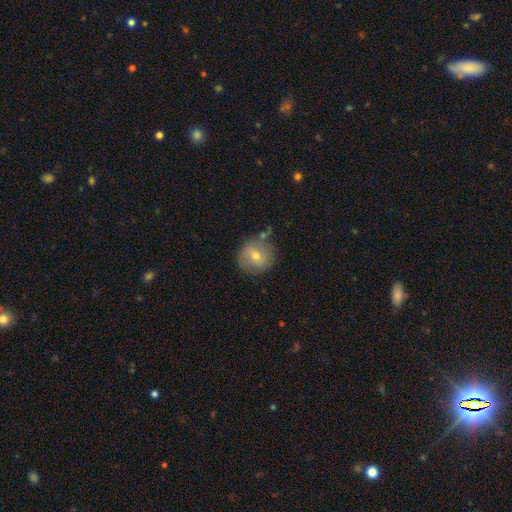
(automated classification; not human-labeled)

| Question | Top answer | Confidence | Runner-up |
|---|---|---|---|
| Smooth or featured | smooth | 68% | featured or disk (23%) |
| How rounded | round | 88% | in between (11%) |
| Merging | none | 71% | minor disturbance (18%) |